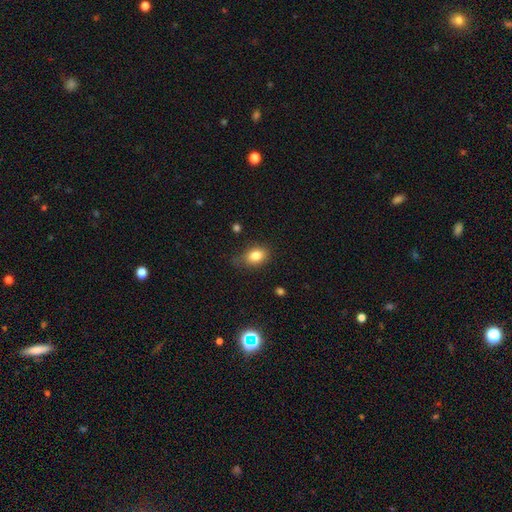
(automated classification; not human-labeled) smooth 83%, star or artifact 10%, featured or disk 8%. Down the decision tree: how rounded — in between (74%); merging — none (71%).